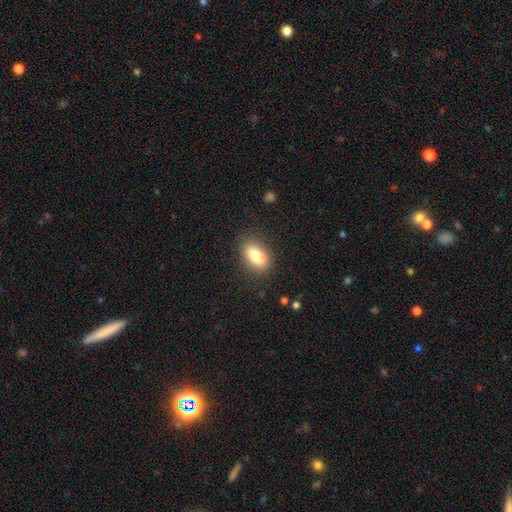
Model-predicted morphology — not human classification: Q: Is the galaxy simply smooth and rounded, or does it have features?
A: smooth — 77%.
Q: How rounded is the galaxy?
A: in between — 85%.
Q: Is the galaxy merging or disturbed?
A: none — 70%.